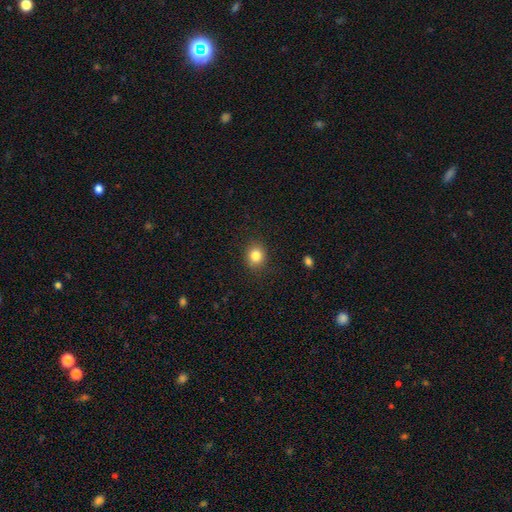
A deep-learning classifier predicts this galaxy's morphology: smooth-or-featured: smooth: 83% | star or artifact: 11% | featured or disk: 6%
  how-rounded: round: 73% | in between: 26% | cigar-shaped: 1%
  merging: none: 88% | minor disturbance: 8% | major disturbance: 3% | merger: 1%